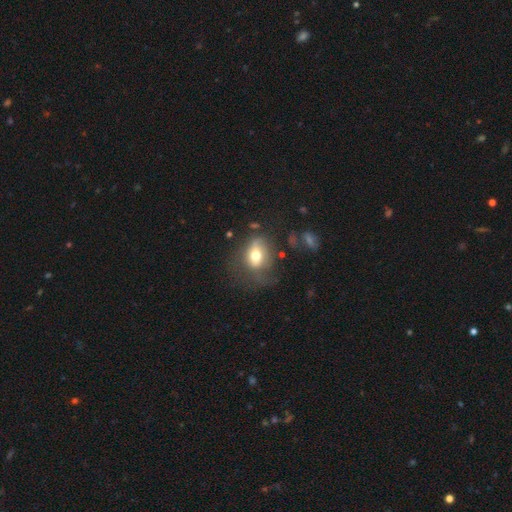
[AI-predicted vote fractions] Smooth or featured? smooth (65%)
How rounded? in between (63%)
Merging? none (41%)